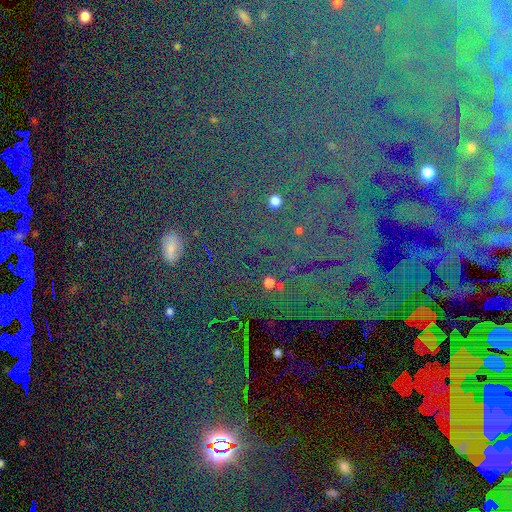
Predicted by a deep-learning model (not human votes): Morphology: type=star or artifact (74%).